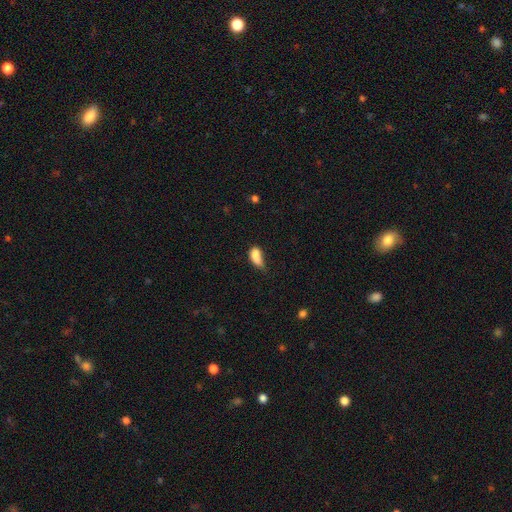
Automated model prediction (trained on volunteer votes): This appears to be a smooth galaxy with no disk features (79%) that is in between round and cigar-shaped (85%). Merging: minor disturbance (35%).